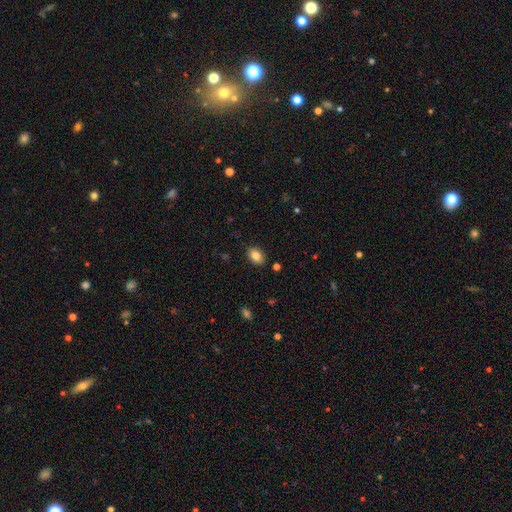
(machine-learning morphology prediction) The model was most divided on "how rounded": in between: 79%, round: 20%, cigar-shaped: 1%. More confident: merging — none (88%); smooth or featured — smooth (84%).